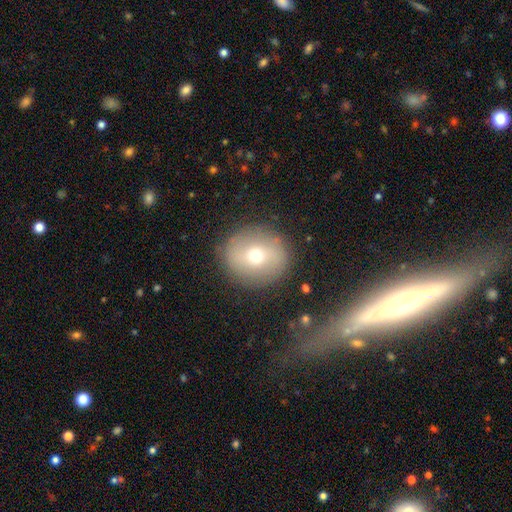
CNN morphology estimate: This appears to be a smooth galaxy with no disk features (62%) that is round (86%). Merging: none (87%).